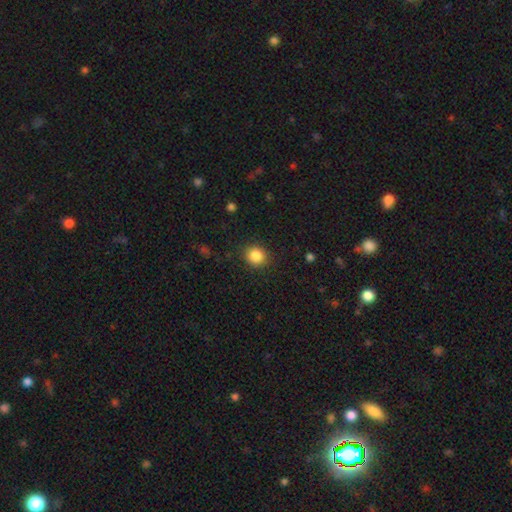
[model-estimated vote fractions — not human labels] The model was most divided on "how rounded": round: 84%, in between: 16%, cigar-shaped: 1%. More confident: merging — none (88%); smooth or featured — smooth (87%).